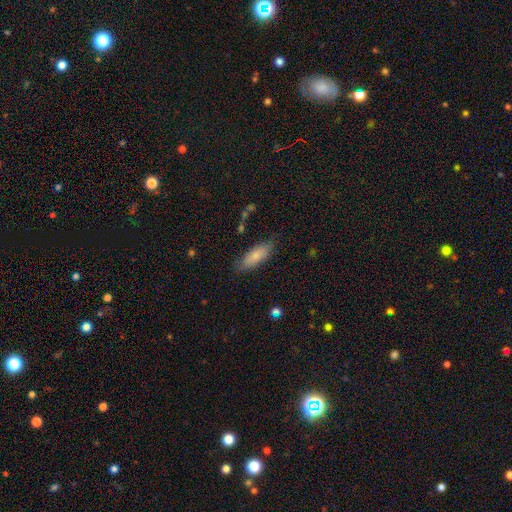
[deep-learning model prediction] A smooth galaxy with no disk features (82%) that is in between round and cigar-shaped (65%).

Vote fractions:
- Smooth or featured? smooth: 82% / featured or disk: 11% / star or artifact: 6%
- How rounded? in between: 65% / cigar-shaped: 33% / round: 2%
- Merging? none: 81% / minor disturbance: 14% / major disturbance: 3% / merger: 2%